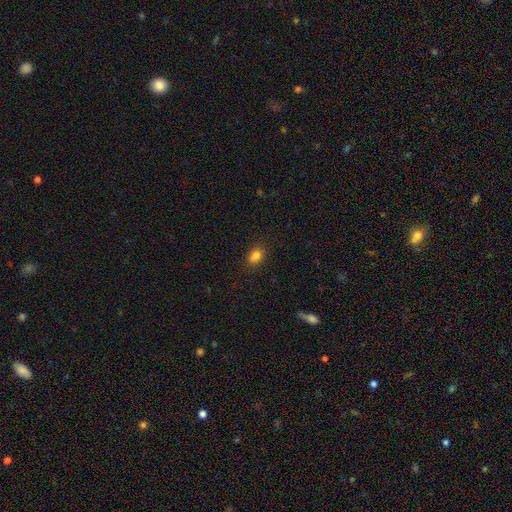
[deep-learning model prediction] A smooth galaxy with no disk features (82%) that is in between round and cigar-shaped (65%). Merging: none (82%).